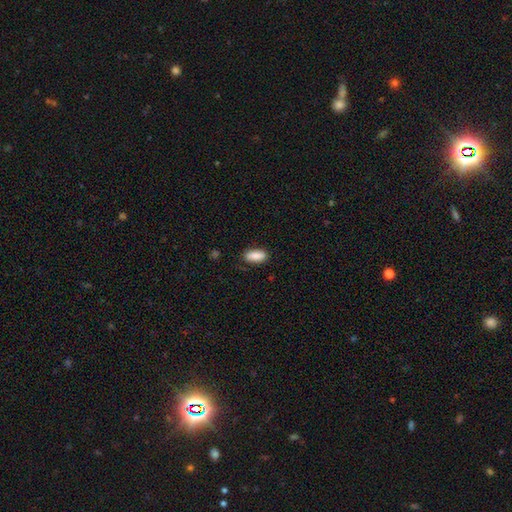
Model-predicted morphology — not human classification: Overall: smooth (88%). How rounded: in between (83%). Merging: none (83%).